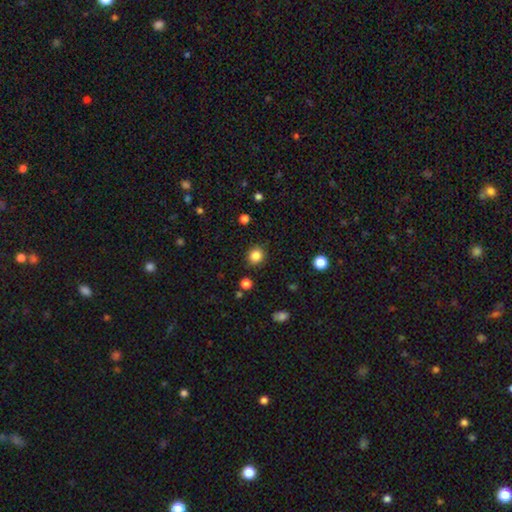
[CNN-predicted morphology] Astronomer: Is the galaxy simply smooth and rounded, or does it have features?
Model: smooth — 85%.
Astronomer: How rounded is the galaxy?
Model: round — 86%.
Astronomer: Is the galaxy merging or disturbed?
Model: none — 88%.